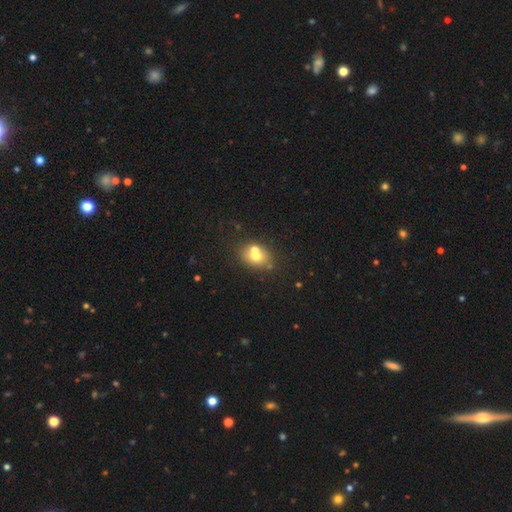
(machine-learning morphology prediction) smooth-or-featured: smooth: 62% | featured or disk: 24% | star or artifact: 14%
  how-rounded: in between: 50% | round: 49% | cigar-shaped: 1%
  merging: none: 47% | merger: 39% | minor disturbance: 10% | major disturbance: 4%